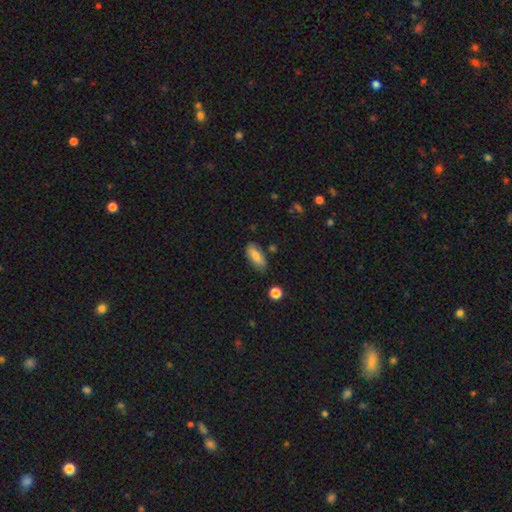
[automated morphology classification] Q: Smooth or featured?
A: smooth (76%); runner-up: featured or disk (17%)
Q: How rounded?
A: in between (82%); runner-up: cigar-shaped (15%)
Q: Merging?
A: none (80%); runner-up: minor disturbance (14%)